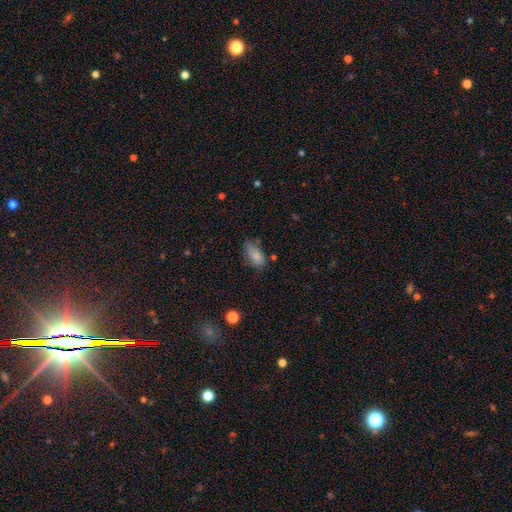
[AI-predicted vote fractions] A smooth galaxy with no disk features (80%) that is in between round and cigar-shaped (90%). Merging: none (51%).